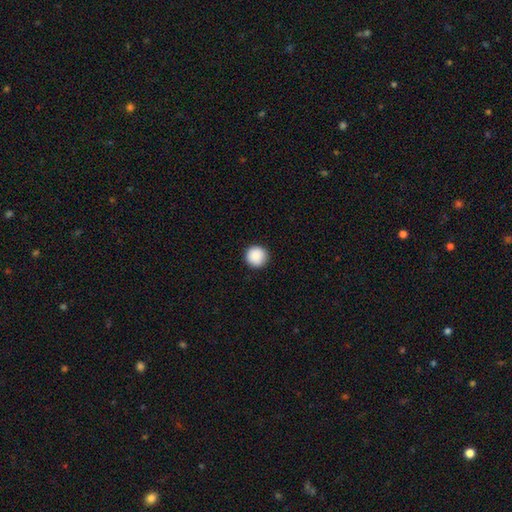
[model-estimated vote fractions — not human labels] smooth-or-featured: smooth: 90% | star or artifact: 8% | featured or disk: 3%
  how-rounded: round: 96% | in between: 3% | cigar-shaped: 1%
  merging: none: 92% | minor disturbance: 5% | major disturbance: 1% | merger: 1%